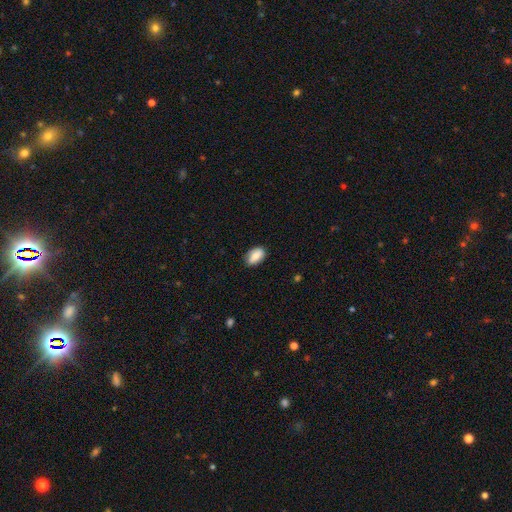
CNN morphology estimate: Smooth or featured? smooth (82%)
How rounded? in between (91%)
Merging? none (80%)